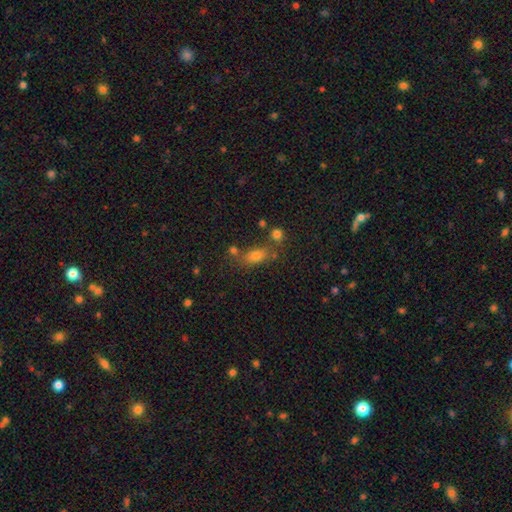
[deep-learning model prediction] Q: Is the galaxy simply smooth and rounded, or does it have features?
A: smooth — 69%.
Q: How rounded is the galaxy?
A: in between — 71%.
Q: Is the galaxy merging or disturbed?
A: none — 64%.